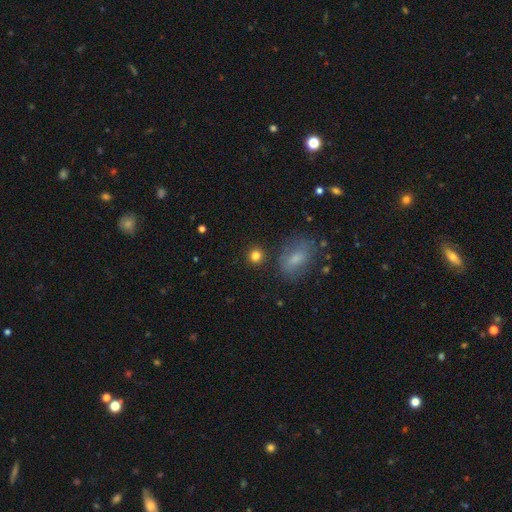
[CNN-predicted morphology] This is clearly a smooth galaxy (83%). How rounded: clearly round (87%). Merging: clearly none (85%).